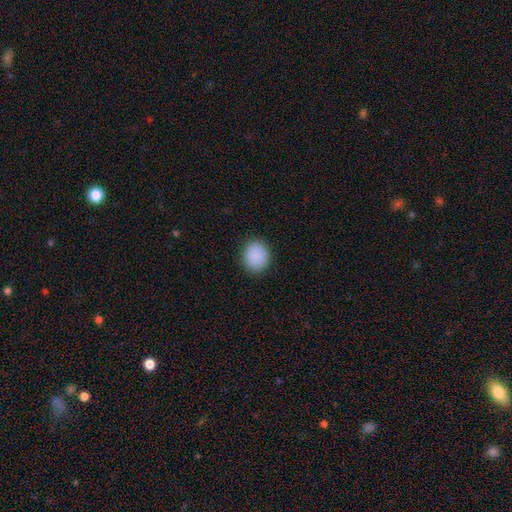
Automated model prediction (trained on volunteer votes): The model was most divided on "how rounded": round: 65%, in between: 34%, cigar-shaped: 1%. More confident: smooth or featured — smooth (89%); merging — none (89%).